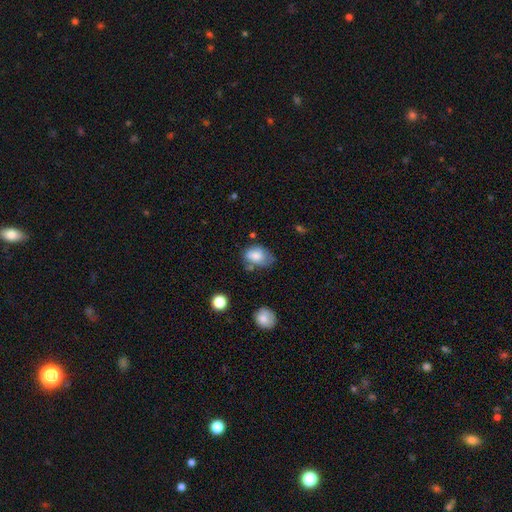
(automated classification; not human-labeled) smooth 77%, featured or disk 15%, star or artifact 8%. Down the decision tree: how rounded — in between (78%); merging — none (40%).